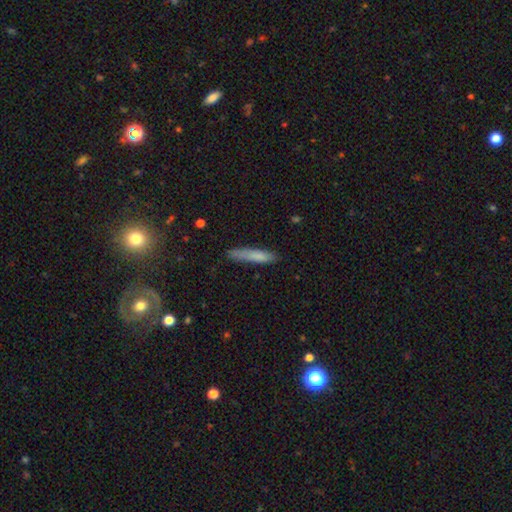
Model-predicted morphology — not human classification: Smooth or featured?
  - smooth: 78% *
  - featured or disk: 15%
  - star or artifact: 7%
How rounded?
  - cigar-shaped: 90% *
  - in between: 9%
  - round: 1%
Merging?
  - none: 78% *
  - minor disturbance: 17%
  - major disturbance: 3%
  - merger: 2%